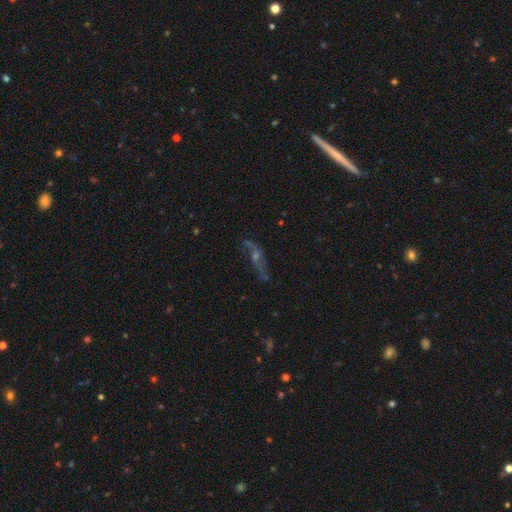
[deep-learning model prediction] Smooth or featured? Predicted: featured or disk (p=0.67). Edge-on disk? Predicted: no (p=0.66). Merging? Predicted: none (p=0.65).